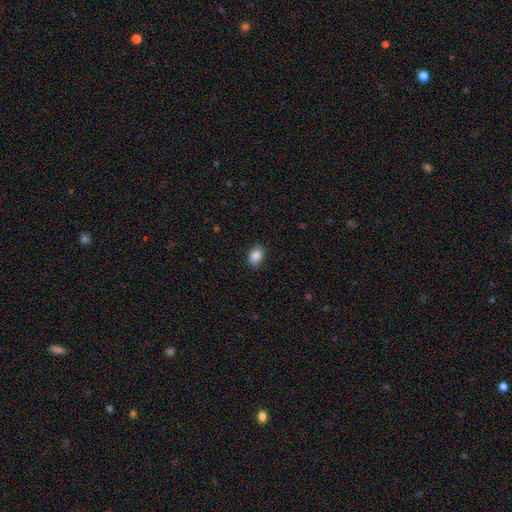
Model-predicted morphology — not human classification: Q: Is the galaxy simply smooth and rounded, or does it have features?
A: smooth — 87%.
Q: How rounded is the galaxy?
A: in between — 77%.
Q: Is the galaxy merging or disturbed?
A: none — 87%.